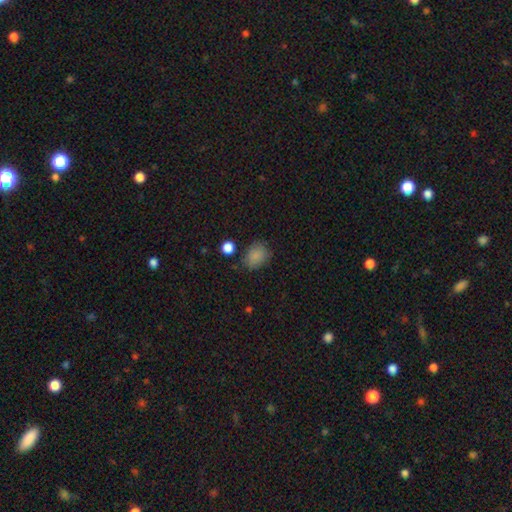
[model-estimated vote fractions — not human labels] A smooth galaxy with no disk features (84%) that is in between round and cigar-shaped (59%).

Vote fractions:
- Smooth or featured? smooth: 84% / star or artifact: 10% / featured or disk: 6%
- How rounded? in between: 59% / round: 40% / cigar-shaped: 1%
- Merging? none: 73% / minor disturbance: 18% / major disturbance: 5% / merger: 4%